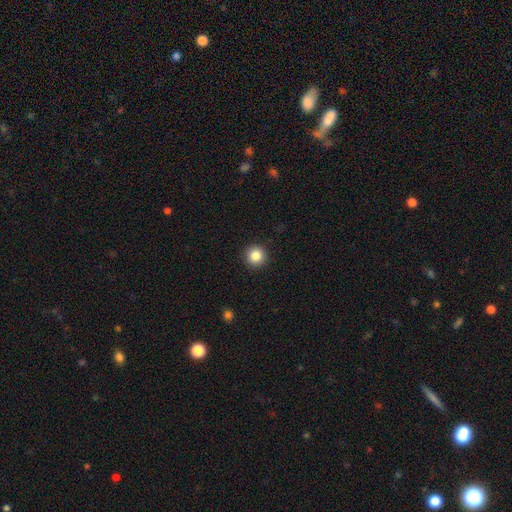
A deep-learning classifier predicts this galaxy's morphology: A smooth galaxy with no disk features (84%) that is round (95%).

Vote fractions:
- Smooth or featured? smooth: 84% / star or artifact: 10% / featured or disk: 5%
- How rounded? round: 95% / in between: 4% / cigar-shaped: 1%
- Merging? none: 93% / minor disturbance: 5% / major disturbance: 2% / merger: 1%